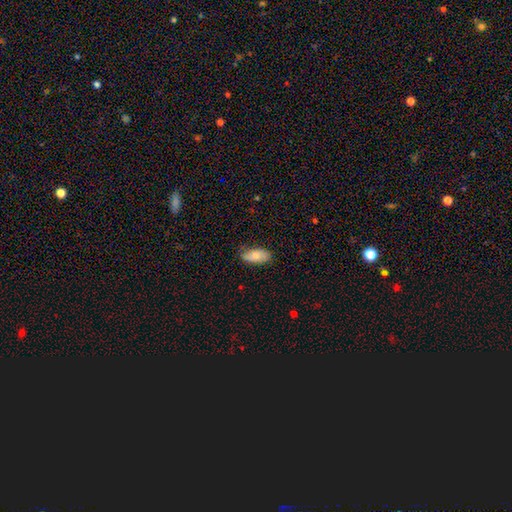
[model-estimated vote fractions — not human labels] Overall: smooth (72%). How rounded: in between (92%). Merging: none (76%).